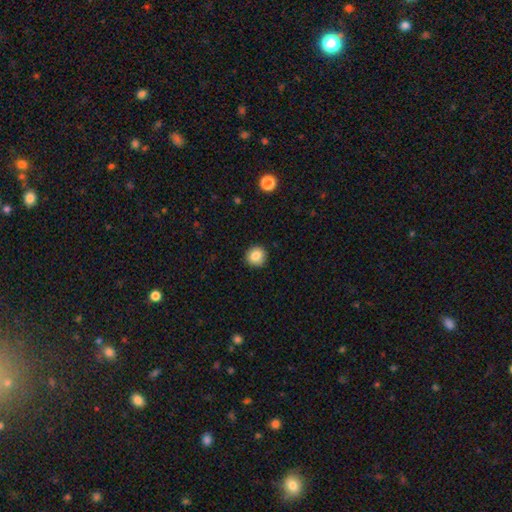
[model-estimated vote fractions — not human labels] Overall: smooth (84%). How rounded: round (92%). Merging: none (89%).